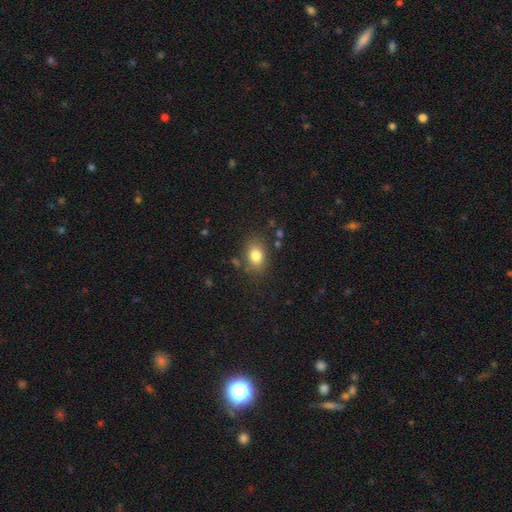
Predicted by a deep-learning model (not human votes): Morphology: type=smooth (81%); roundness=in between (73%); merging=none (81%).